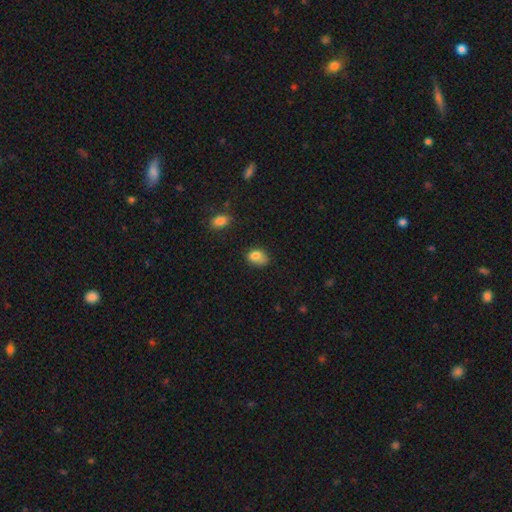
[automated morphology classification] Smooth or featured? smooth (78%)
How rounded? in between (72%)
Merging? none (42%)